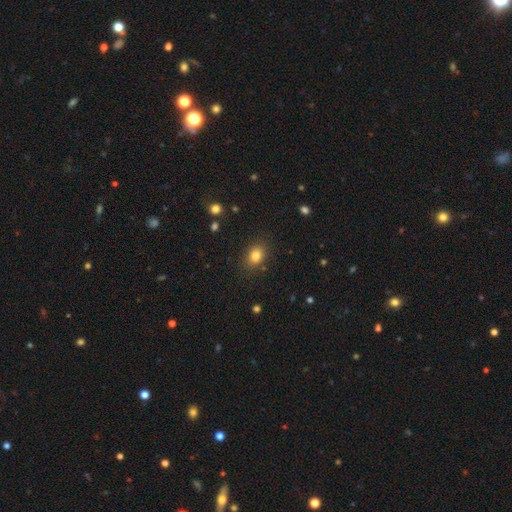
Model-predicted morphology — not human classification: Smooth or featured?
  - smooth: 82% *
  - star or artifact: 11%
  - featured or disk: 7%
How rounded?
  - in between: 64% *
  - round: 35%
  - cigar-shaped: 1%
Merging?
  - none: 84% *
  - minor disturbance: 11%
  - major disturbance: 3%
  - merger: 2%